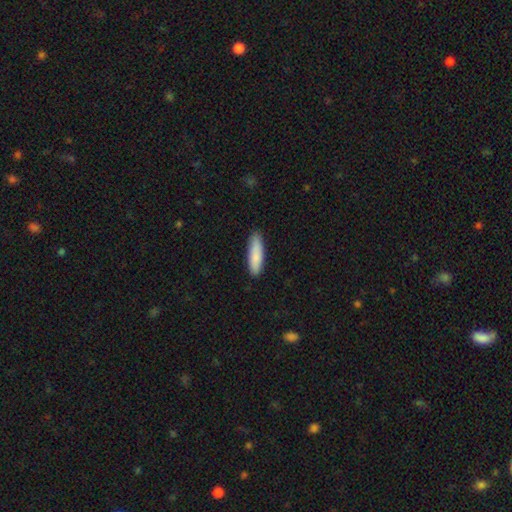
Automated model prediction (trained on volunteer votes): Smooth or featured?
  - smooth: 86% *
  - featured or disk: 9%
  - star or artifact: 6%
How rounded?
  - cigar-shaped: 64% *
  - in between: 35%
  - round: 1%
Merging?
  - none: 88% *
  - minor disturbance: 10%
  - major disturbance: 2%
  - merger: 1%